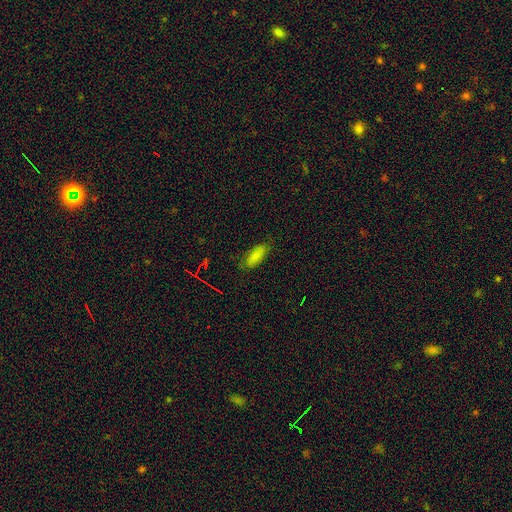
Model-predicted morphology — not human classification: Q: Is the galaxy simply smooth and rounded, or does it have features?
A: smooth — 82%.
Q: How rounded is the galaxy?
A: in between — 76%.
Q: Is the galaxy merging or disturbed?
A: none — 79%.